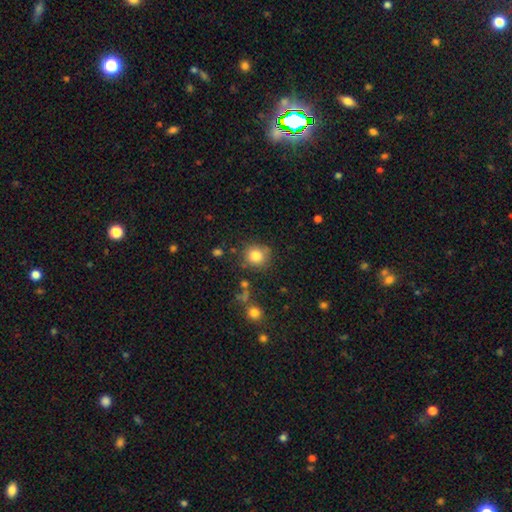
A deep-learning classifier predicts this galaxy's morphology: Q: Smooth or featured?
A: smooth (82%); runner-up: star or artifact (11%)
Q: How rounded?
A: round (89%); runner-up: in between (10%)
Q: Merging?
A: none (79%); runner-up: minor disturbance (13%)